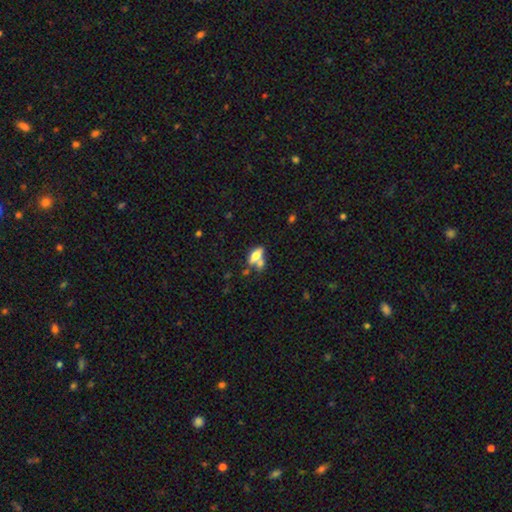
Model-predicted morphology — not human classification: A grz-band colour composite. It shows a smooth galaxy with no disk features (64%) that is in between round and cigar-shaped (77%). Merging: merger (41%, tied with none).